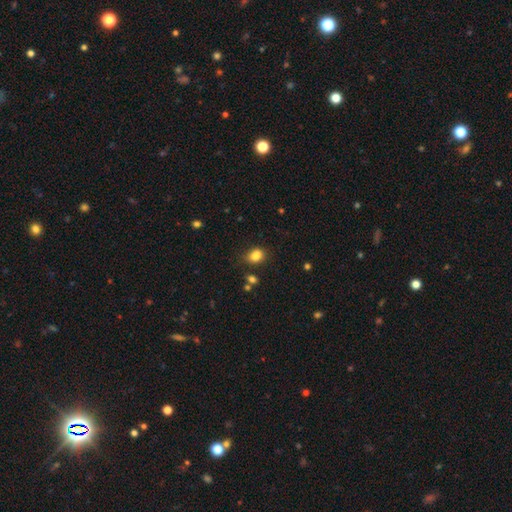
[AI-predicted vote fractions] Smooth or featured? smooth (83%)
How rounded? in between (66%)
Merging? none (70%)